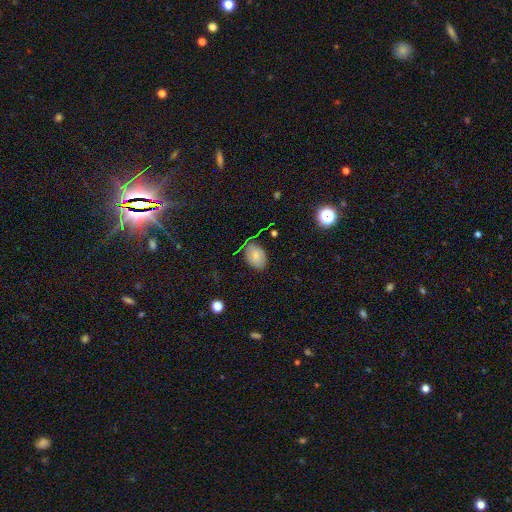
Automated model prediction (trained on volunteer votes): smooth-or-featured: smooth: 69% | featured or disk: 18% | star or artifact: 13%
  how-rounded: in between: 84% | round: 14% | cigar-shaped: 1%
  merging: none: 64% | minor disturbance: 26% | major disturbance: 7% | merger: 3%